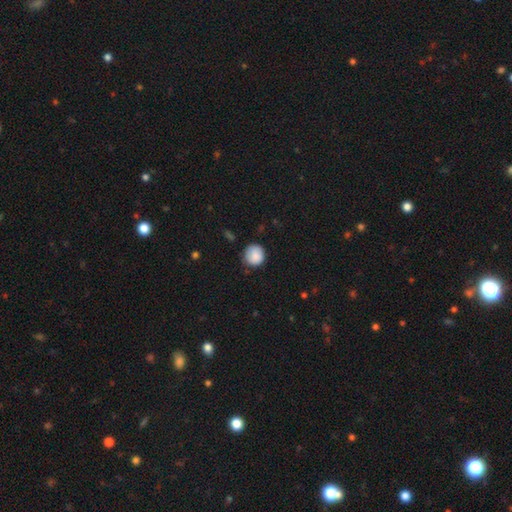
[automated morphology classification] A smooth galaxy with no disk features (85%) that is round (90%).

Vote fractions:
- Smooth or featured? smooth: 85% / star or artifact: 8% / featured or disk: 7%
- How rounded? round: 90% / in between: 9% / cigar-shaped: 1%
- Merging? none: 74% / minor disturbance: 21% / major disturbance: 4% / merger: 2%